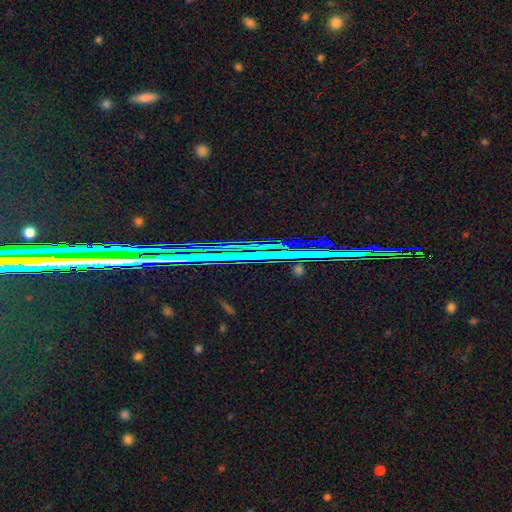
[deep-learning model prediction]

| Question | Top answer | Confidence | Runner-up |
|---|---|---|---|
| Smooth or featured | star or artifact | 83% | featured or disk (10%) |